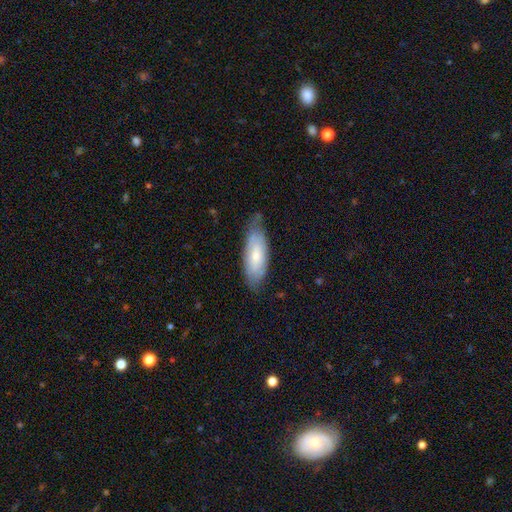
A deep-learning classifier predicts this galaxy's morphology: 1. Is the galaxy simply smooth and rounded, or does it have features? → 61% smooth, 33% featured or disk, 6% star or artifact.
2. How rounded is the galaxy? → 69% in between, 29% cigar-shaped, 2% round.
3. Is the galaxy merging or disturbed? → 68% none, 26% minor disturbance, 5% major disturbance, 1% merger.